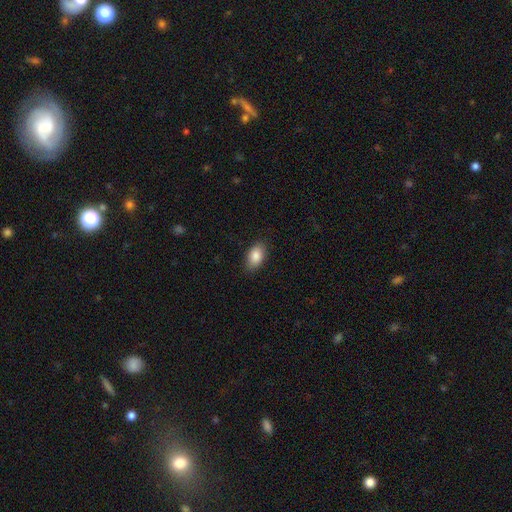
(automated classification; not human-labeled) Smooth or featured: smooth — 87% (star or artifact — 7%)
How rounded: in between — 91% (round — 6%)
Merging: none — 86% (minor disturbance — 10%)